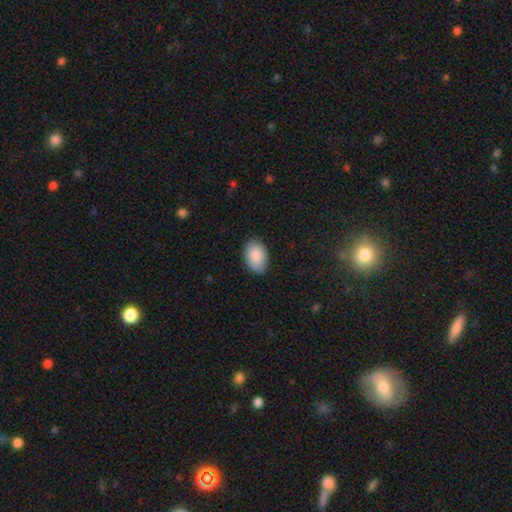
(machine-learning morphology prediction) This appears to be a smooth galaxy with no disk features (89%) that is in between round and cigar-shaped (88%). Merging: none (86%).